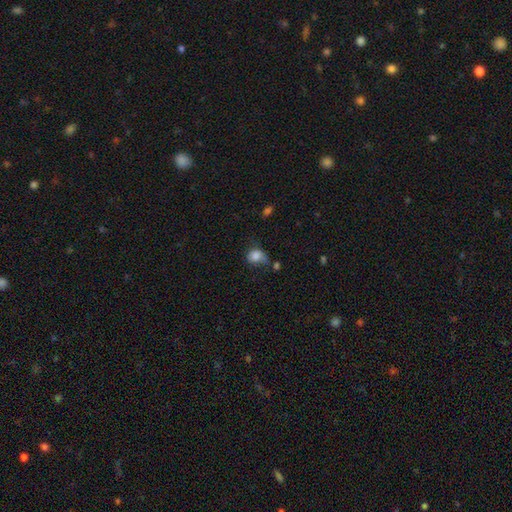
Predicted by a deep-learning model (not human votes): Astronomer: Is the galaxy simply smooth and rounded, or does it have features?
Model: smooth — 80%.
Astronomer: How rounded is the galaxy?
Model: round — 52% (runner-up: in between, 47%).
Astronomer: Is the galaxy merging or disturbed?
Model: none — 37% (runner-up: minor disturbance, 32%).